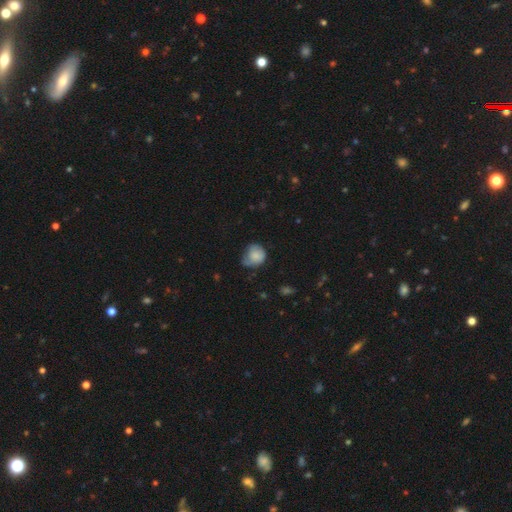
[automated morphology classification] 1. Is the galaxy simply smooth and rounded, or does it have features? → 75% smooth, 17% featured or disk, 8% star or artifact.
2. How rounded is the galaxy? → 71% round, 28% in between, 1% cigar-shaped.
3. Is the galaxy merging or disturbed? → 41% minor disturbance, 39% none, 17% major disturbance, 2% merger.